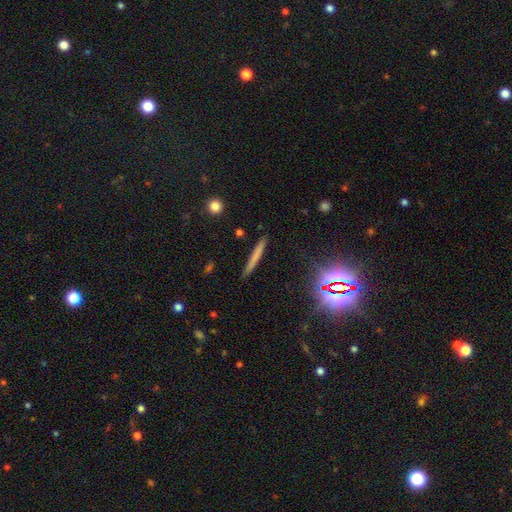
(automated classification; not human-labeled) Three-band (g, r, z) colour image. It shows a smooth galaxy with no disk features (62%) that is cigar-shaped (95%). Merging: none (87%).